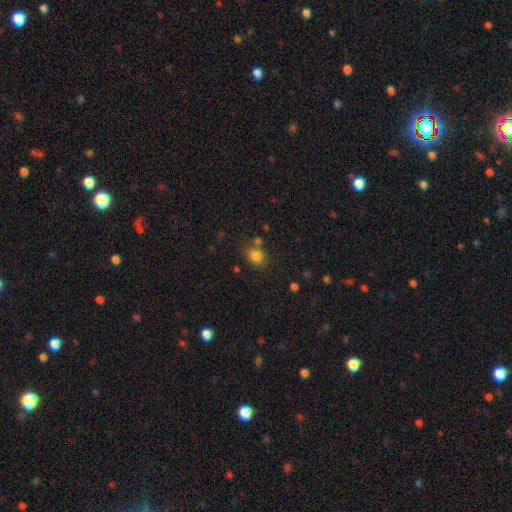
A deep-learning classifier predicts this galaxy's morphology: type=smooth (81%); roundness=round (67%); merging=none (69%).